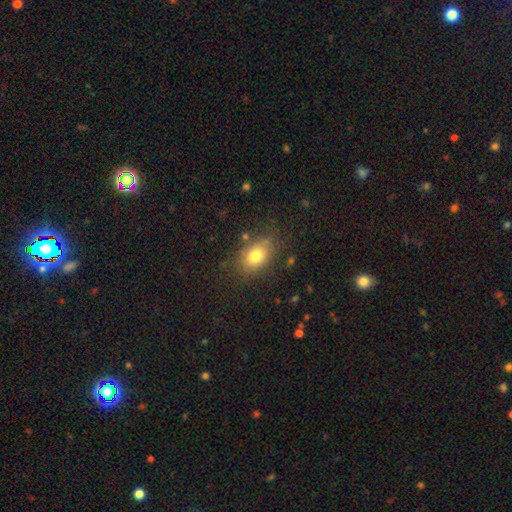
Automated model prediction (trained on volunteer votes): Q: Smooth or featured?
A: smooth (77%); runner-up: featured or disk (13%)
Q: How rounded?
A: in between (74%); runner-up: round (25%)
Q: Merging?
A: none (77%); runner-up: minor disturbance (15%)